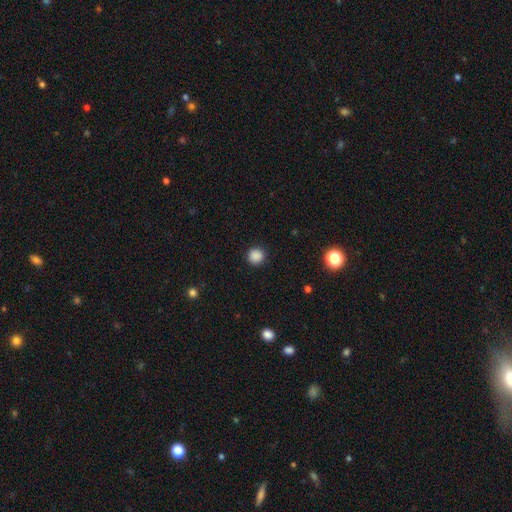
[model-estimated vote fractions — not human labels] Smooth or featured?
  - smooth: 87% *
  - star or artifact: 11%
  - featured or disk: 2%
How rounded?
  - round: 92% *
  - in between: 7%
  - cigar-shaped: 1%
Merging?
  - none: 91% *
  - minor disturbance: 6%
  - major disturbance: 2%
  - merger: 1%